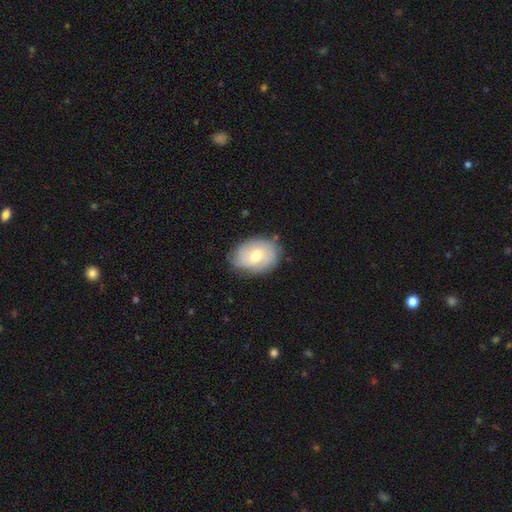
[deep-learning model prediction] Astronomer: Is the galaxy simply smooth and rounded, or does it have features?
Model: featured or disk — 50% (runner-up: smooth, 43%).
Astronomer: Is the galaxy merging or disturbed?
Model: none — 76%.